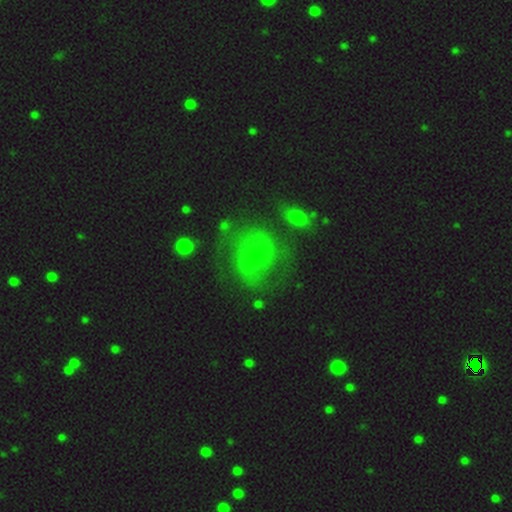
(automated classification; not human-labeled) featured or disk 61%, smooth 28%, star or artifact 11%. Down the decision tree: edge-on disk — no (96%); bar — weak (47%); spiral arms — yes (74%); bulge size — moderate (52%); merging — none (64%).